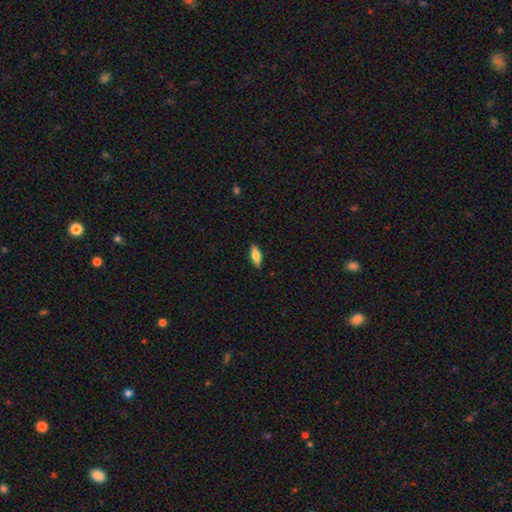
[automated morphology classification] smooth 70%, featured or disk 23%, star or artifact 7%. Down the decision tree: how rounded — in between (69%); merging — none (87%).